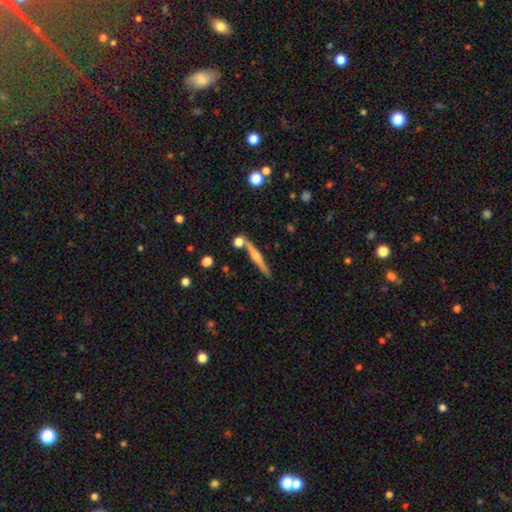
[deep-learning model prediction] featured or disk 70%, smooth 23%, star or artifact 7%. Down the decision tree: edge-on disk — yes (98%); edge-on bulge — rounded (86%); merging — none (82%).